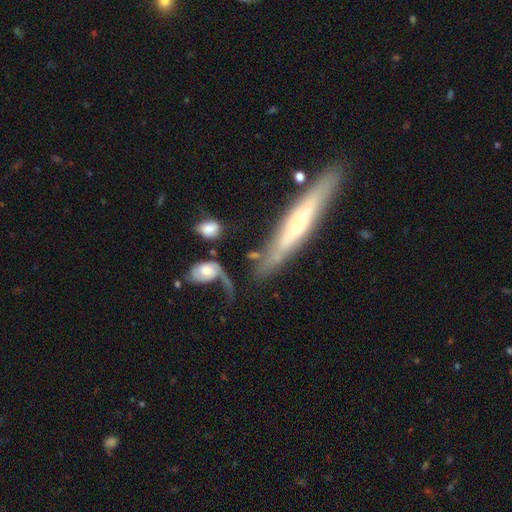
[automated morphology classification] Overall: featured or disk (54%; smooth 39%). Edge-on disk: yes (67%; no 33%). Merging: none (55%; minor disturbance 21%).